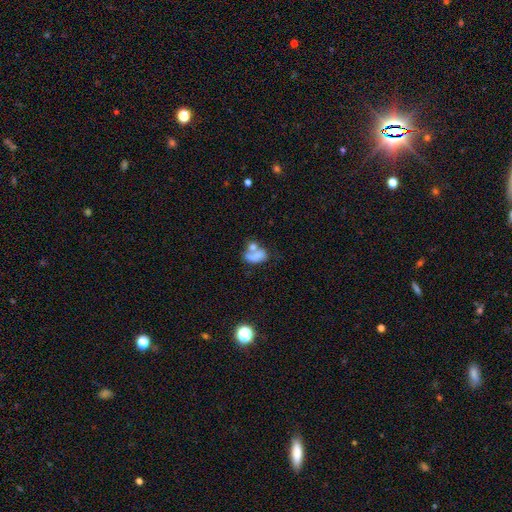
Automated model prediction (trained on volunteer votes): Morphology: type=smooth (65%); roundness=in between (81%); merging=merger (47%).